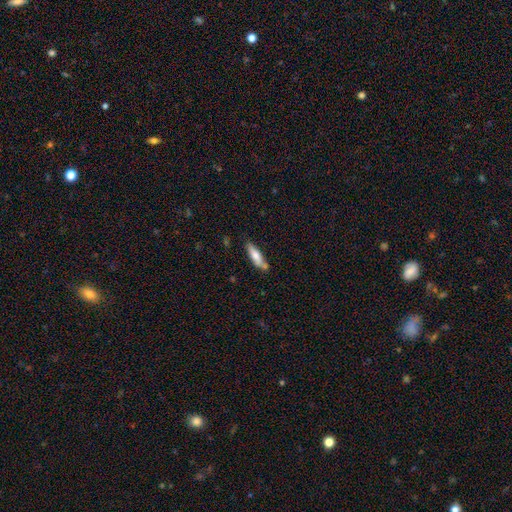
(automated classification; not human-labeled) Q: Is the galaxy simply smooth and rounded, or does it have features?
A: smooth — 66%.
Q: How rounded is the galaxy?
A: cigar-shaped — 62%.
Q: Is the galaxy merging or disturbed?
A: none — 67%.